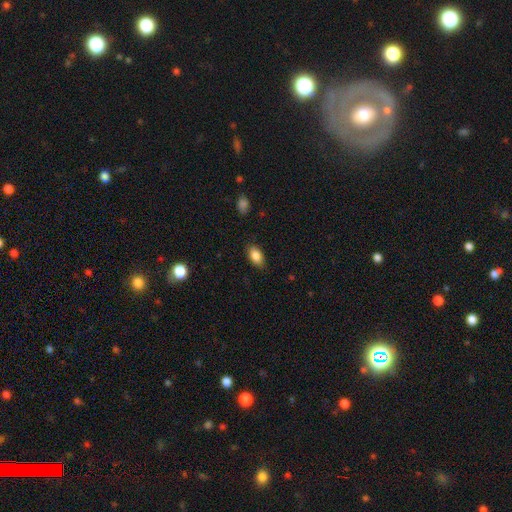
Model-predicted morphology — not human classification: A smooth galaxy with no disk features (85%) that is in between round and cigar-shaped (89%).

Vote fractions:
- Smooth or featured? smooth: 85% / star or artifact: 8% / featured or disk: 7%
- How rounded? in between: 89% / round: 8% / cigar-shaped: 3%
- Merging? none: 84% / minor disturbance: 12% / major disturbance: 3% / merger: 1%